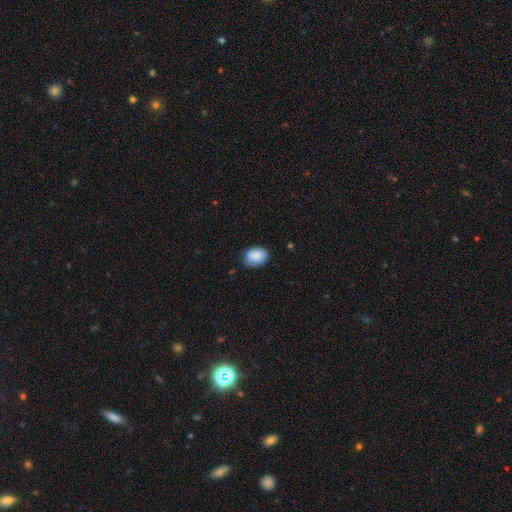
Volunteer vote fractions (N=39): Smooth or featured?
  - smooth: 95% *
  - featured or disk: 3%
  - star or artifact: 3%
How rounded?
  - in between: 81% *
  - round: 19%
  - cigar-shaped: 0%
Merging?
  - none: 79% *
  - minor disturbance: 16%
  - major disturbance: 5%
  - merger: 0%